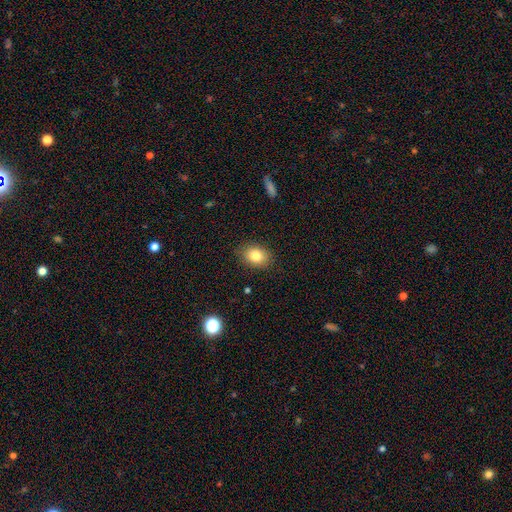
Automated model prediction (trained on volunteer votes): Q: Smooth or featured?
A: smooth (82%); runner-up: star or artifact (9%)
Q: How rounded?
A: in between (64%); runner-up: round (35%)
Q: Merging?
A: none (87%); runner-up: minor disturbance (9%)